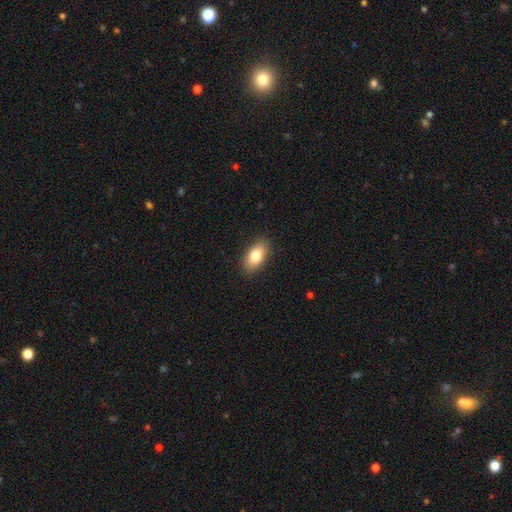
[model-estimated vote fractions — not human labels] smooth-or-featured: smooth: 81% | featured or disk: 12% | star or artifact: 7%
  how-rounded: in between: 91% | round: 4% | cigar-shaped: 4%
  merging: none: 89% | minor disturbance: 8% | major disturbance: 2% | merger: 1%